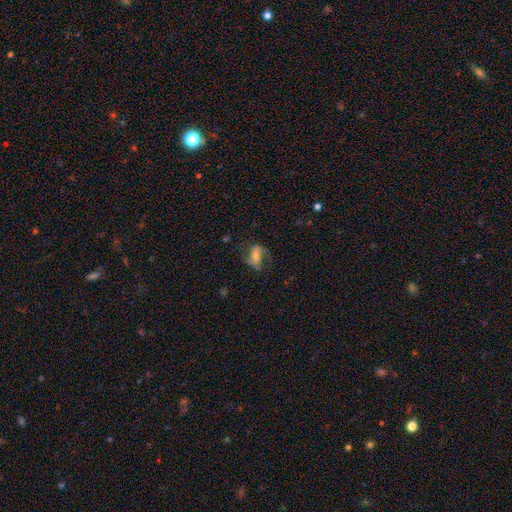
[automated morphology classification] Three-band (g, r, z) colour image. It shows a featured or disk galaxy (64%) with no bar (35%), 2 (87%) loose (47%) spiral arms (88%) and a moderate central bulge (49%). Merging: none (66%).